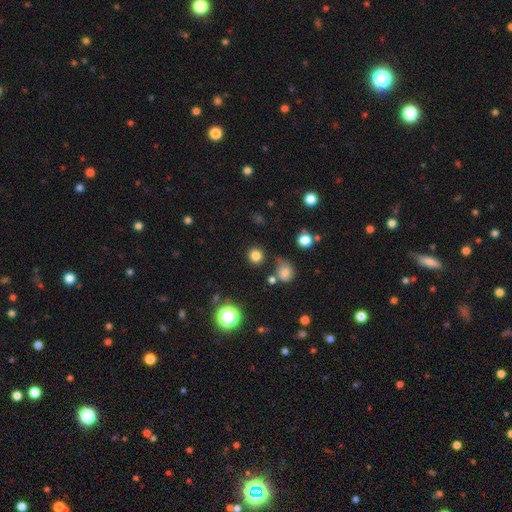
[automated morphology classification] smooth 79%, star or artifact 16%, featured or disk 5%. Down the decision tree: how rounded — round (91%); merging — none (82%).